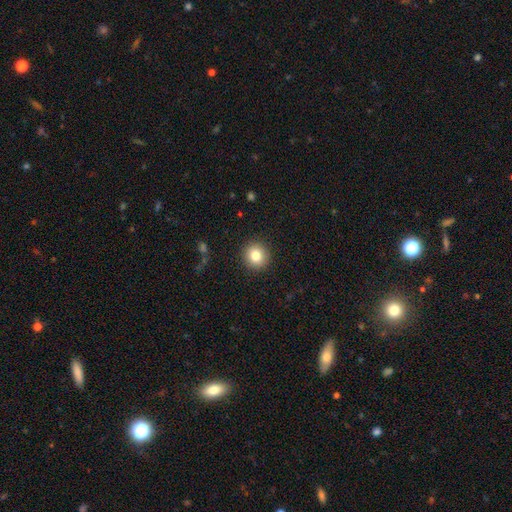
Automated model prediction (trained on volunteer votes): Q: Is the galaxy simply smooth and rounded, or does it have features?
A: smooth — 82%.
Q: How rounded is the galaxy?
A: round — 93%.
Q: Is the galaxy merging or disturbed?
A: none — 92%.